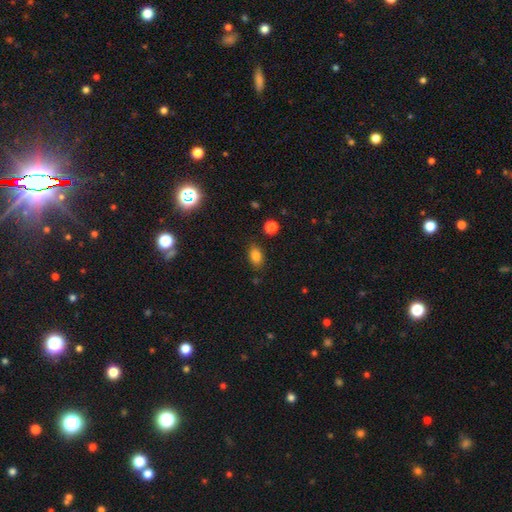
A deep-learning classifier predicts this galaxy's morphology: Overall: smooth (82%). How rounded: in between (82%). Merging: none (82%).